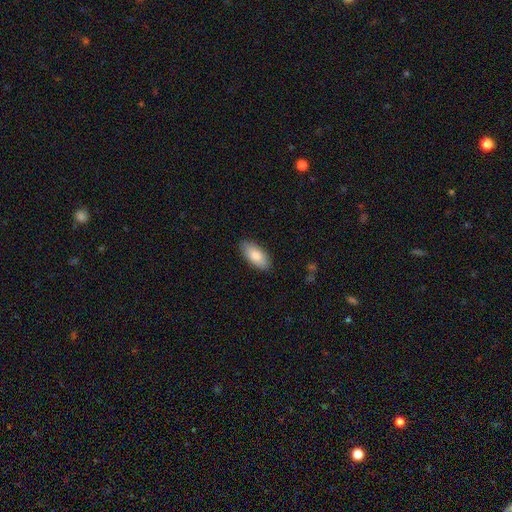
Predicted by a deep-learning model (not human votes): A smooth galaxy with no disk features (83%) that is in between round and cigar-shaped (90%). Merging: none (88%).